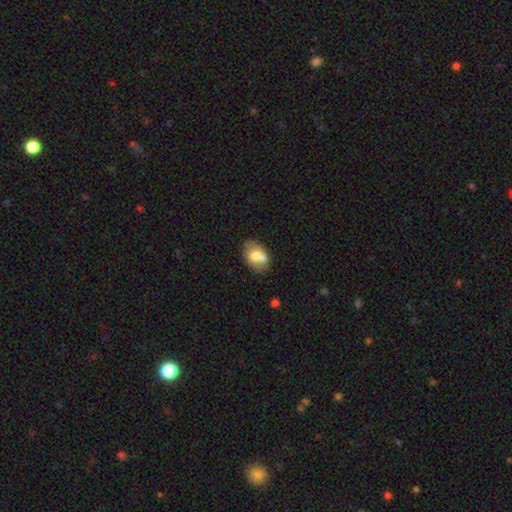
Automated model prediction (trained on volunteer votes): A smooth galaxy with no disk features (65%) that is in between round and cigar-shaped (81%). Merging: none (49%).